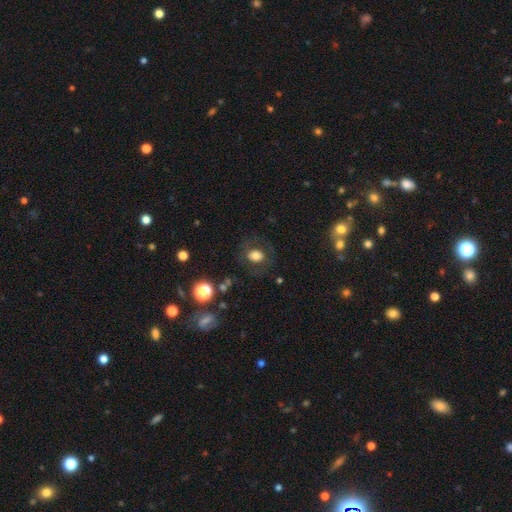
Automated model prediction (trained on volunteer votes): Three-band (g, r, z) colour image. It shows a smooth galaxy with no disk features (71%) that is round (57%). Merging: none (77%).